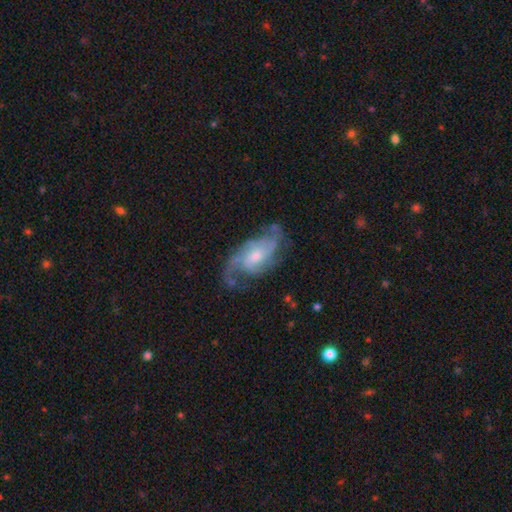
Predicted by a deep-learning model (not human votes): A featured or disk galaxy (84%) with no bar (59%), 2 (37%) medium (46%) spiral arms (94%) and a moderate central bulge (50%).

Vote fractions:
- Smooth or featured? featured or disk: 84% / smooth: 11% / star or artifact: 5%
- Edge-on disk? no: 95% / yes: 5%
- Bar? no: 59% / weak: 34% / strong: 7%
- Spiral arms? yes: 94% / no: 6%
- Spiral winding? medium: 46% / tight: 27% / loose: 26%
- Spiral arm count? 2: 37% / 3: 25% / can't tell: 20% / 4: 8% / 1: 6% / more than 4: 5%
- Bulge size? moderate: 50% / small: 42% / large: 4% / none: 3% / dominant: 1%
- Merging? none: 61% / minor disturbance: 22% / major disturbance: 15% / merger: 2%